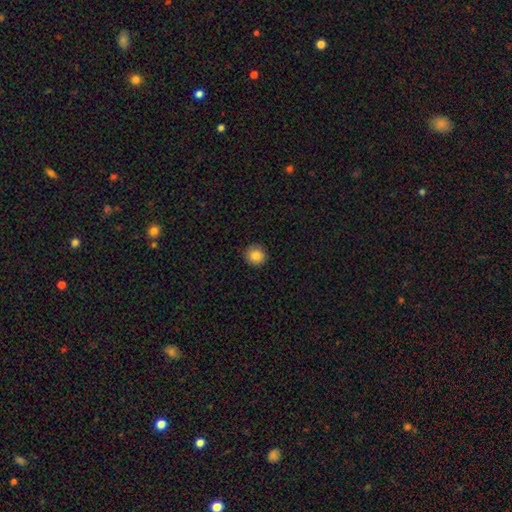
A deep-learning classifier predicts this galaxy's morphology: A smooth galaxy with no disk features (85%) that is round (92%).

Vote fractions:
- Smooth or featured? smooth: 85% / star or artifact: 9% / featured or disk: 5%
- How rounded? round: 92% / in between: 7% / cigar-shaped: 1%
- Merging? none: 89% / minor disturbance: 8% / major disturbance: 2% / merger: 1%